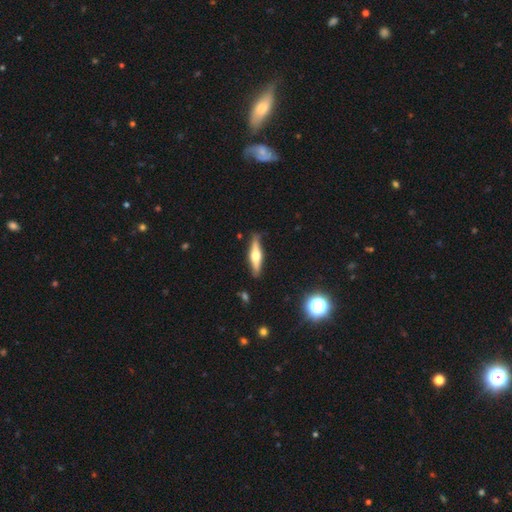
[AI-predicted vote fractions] Smooth or featured?
  - featured or disk: 58% *
  - smooth: 36%
  - star or artifact: 6%
Edge-on disk?
  - yes: 94% *
  - no: 6%
Edge-on bulge?
  - rounded: 91% *
  - boxy: 6%
  - none: 3%
Merging?
  - none: 84% *
  - minor disturbance: 12%
  - major disturbance: 2%
  - merger: 2%